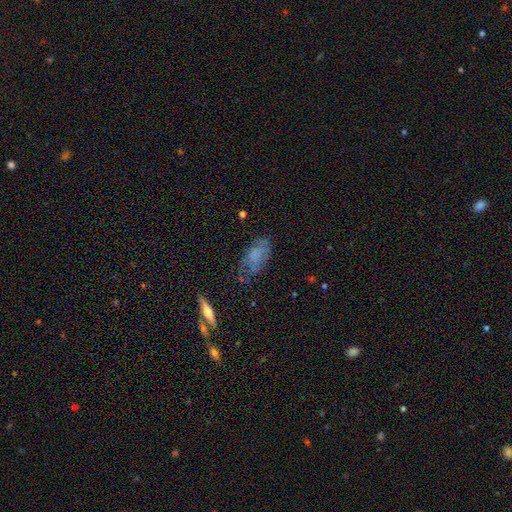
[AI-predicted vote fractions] smooth_or_featured: smooth (p=0.61) [alt: featured or disk p=0.29]
how_rounded: in between (p=0.88) [alt: cigar-shaped p=0.08]
merging: none (p=0.58) [alt: minor disturbance p=0.28]